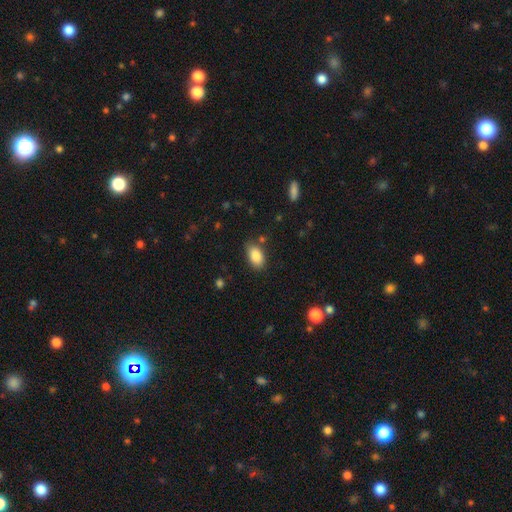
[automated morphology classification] Q: Smooth or featured?
A: smooth (87%); runner-up: star or artifact (8%)
Q: How rounded?
A: in between (91%); runner-up: round (7%)
Q: Merging?
A: none (80%); runner-up: minor disturbance (14%)